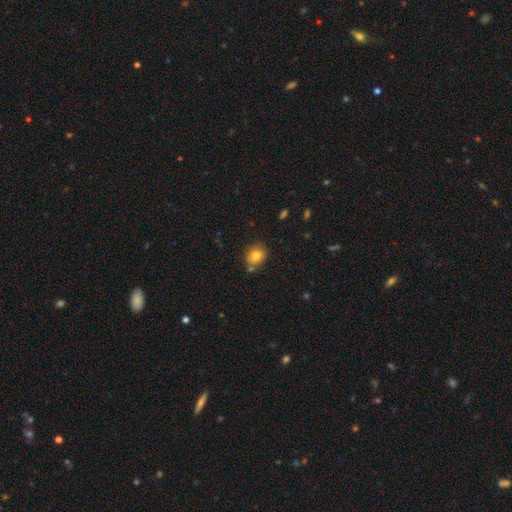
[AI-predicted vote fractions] Smooth or featured? Predicted: smooth (p=0.81). How rounded? Predicted: round (p=0.68). Merging? Predicted: none (p=0.74).